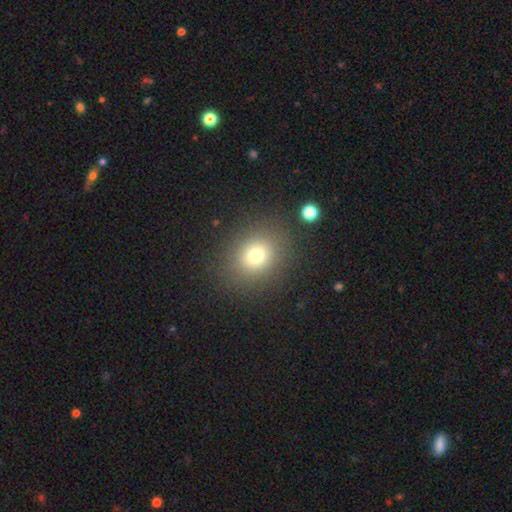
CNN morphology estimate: smooth_or_featured: smooth (p=0.73) [alt: star or artifact p=0.16]
how_rounded: round (p=0.69) [alt: in between p=0.30]
merging: none (p=0.85) [alt: minor disturbance p=0.08]